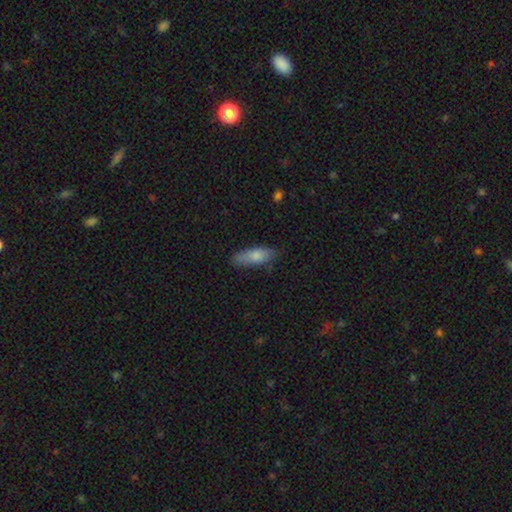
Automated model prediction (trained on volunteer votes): This appears to be a smooth galaxy with no disk features (80%) that is in between round and cigar-shaped (64%). Merging: none (77%).